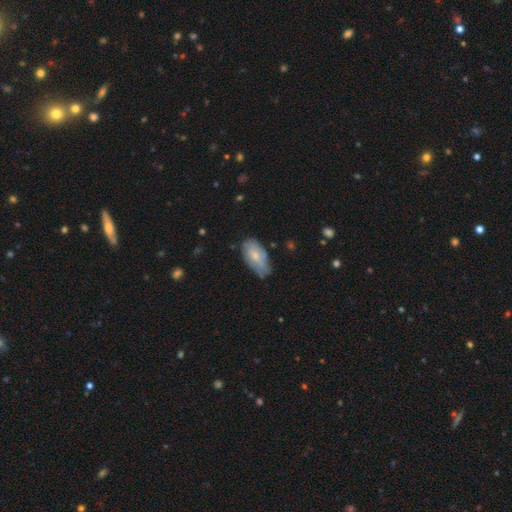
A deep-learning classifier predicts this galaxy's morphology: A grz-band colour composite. It shows a smooth galaxy with no disk features (61%) that is in between round and cigar-shaped (93%). Merging: none (51%).